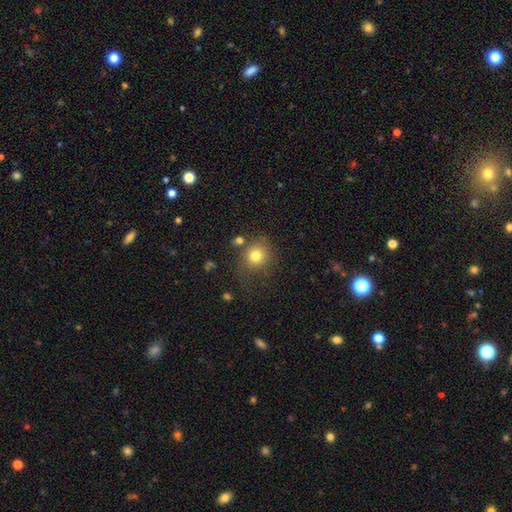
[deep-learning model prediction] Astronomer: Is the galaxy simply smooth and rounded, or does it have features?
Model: smooth — 78%.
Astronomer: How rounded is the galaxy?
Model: round — 83%.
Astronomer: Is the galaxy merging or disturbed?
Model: none — 70%.